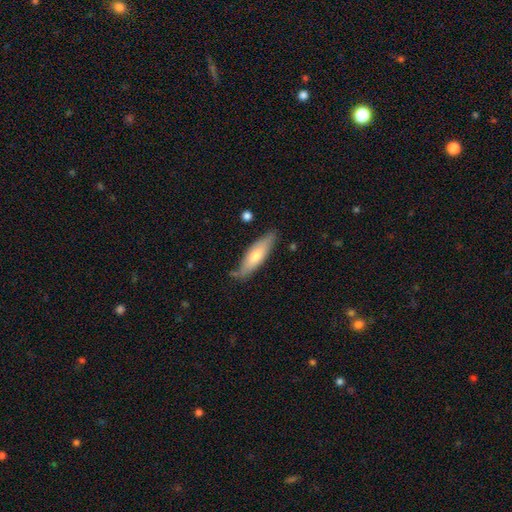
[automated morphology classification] Smooth or featured?
  - smooth: 61% *
  - featured or disk: 33%
  - star or artifact: 6%
How rounded?
  - cigar-shaped: 56% *
  - in between: 42%
  - round: 2%
Merging?
  - none: 74% *
  - minor disturbance: 19%
  - major disturbance: 4%
  - merger: 3%